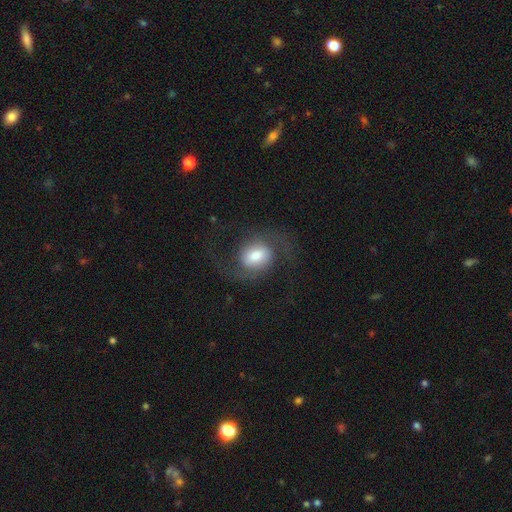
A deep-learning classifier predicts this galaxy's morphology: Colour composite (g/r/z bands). It shows a featured or disk galaxy (65%) with no bar (43%), 2 (91%) loose (53%) spiral arms (92%) and a moderate central bulge (49%). Merging: none (64%).